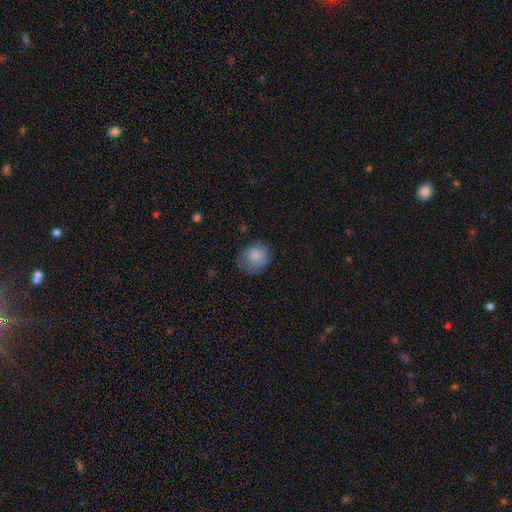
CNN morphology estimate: Smooth or featured? Predicted: smooth (p=0.82). How rounded? Predicted: round (p=0.73). Merging? Predicted: none (p=0.62).